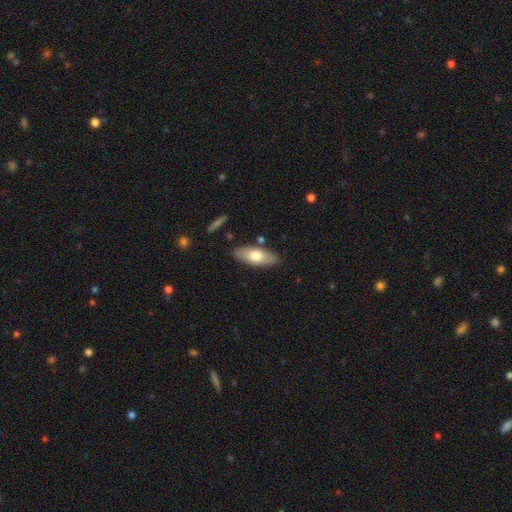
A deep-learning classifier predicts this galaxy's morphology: smooth 70%, featured or disk 25%, star or artifact 6%. Down the decision tree: how rounded — in between (80%); merging — none (83%).